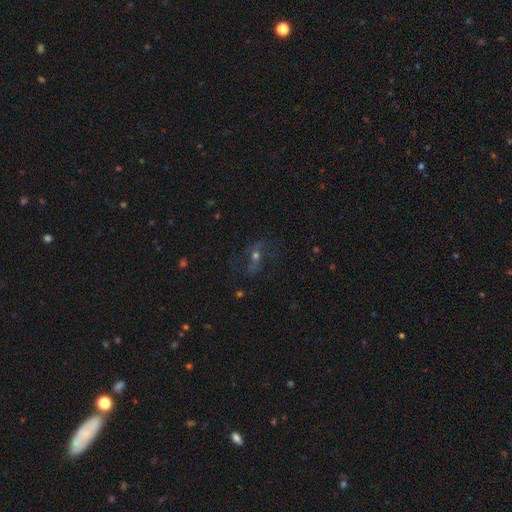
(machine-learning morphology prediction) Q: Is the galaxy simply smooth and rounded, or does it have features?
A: featured or disk — 59%.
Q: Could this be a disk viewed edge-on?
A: no — 78%.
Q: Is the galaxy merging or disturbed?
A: none — 71%.